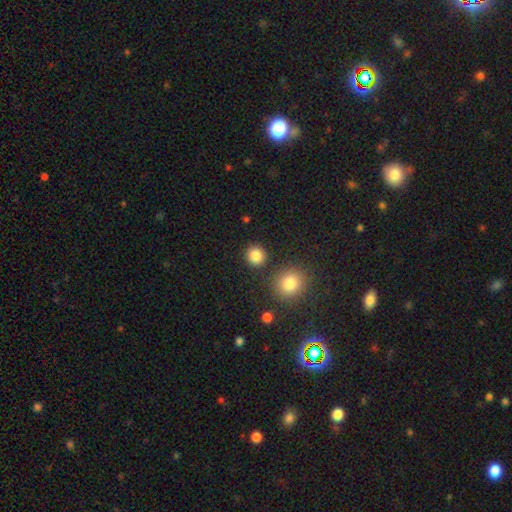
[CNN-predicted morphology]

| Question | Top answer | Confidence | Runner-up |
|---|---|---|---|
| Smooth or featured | smooth | 86% | star or artifact (10%) |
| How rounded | round | 92% | in between (7%) |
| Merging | none | 88% | minor disturbance (6%) |